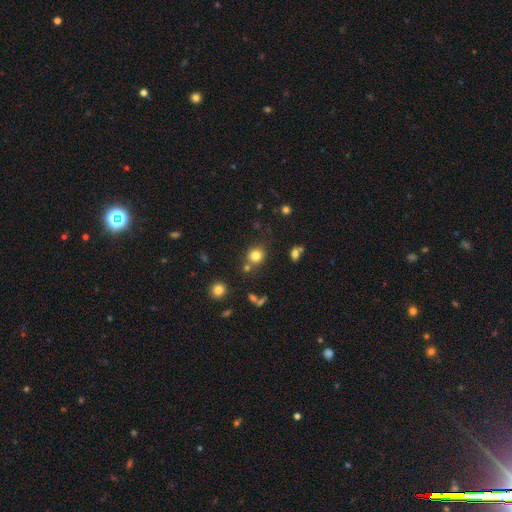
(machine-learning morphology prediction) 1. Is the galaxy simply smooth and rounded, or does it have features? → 80% smooth, 14% star or artifact, 6% featured or disk.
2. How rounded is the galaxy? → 84% round, 15% in between, 1% cigar-shaped.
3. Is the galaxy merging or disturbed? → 74% none, 12% merger, 10% minor disturbance, 4% major disturbance.